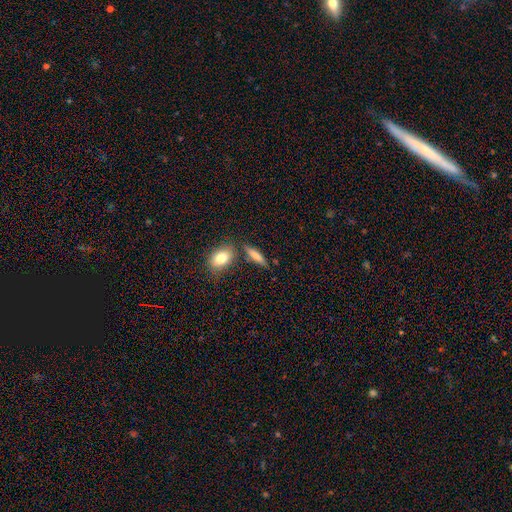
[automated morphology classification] Smooth or featured? Predicted: smooth (p=0.74). How rounded? Predicted: cigar-shaped (p=0.65). Merging? Predicted: none (p=0.75).